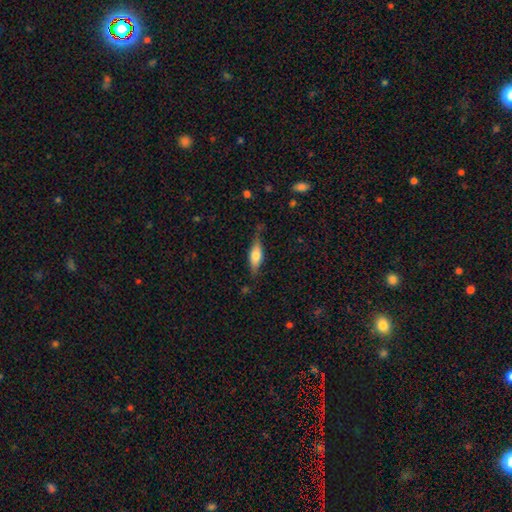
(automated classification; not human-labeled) The model was most divided on "how rounded": in between: 59%, cigar-shaped: 38%, round: 3%. More confident: merging — none (70%); smooth or featured — smooth (59%).